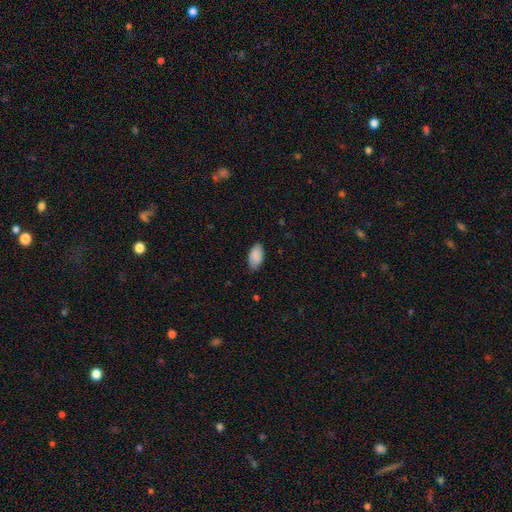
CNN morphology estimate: A smooth galaxy with no disk features (89%) that is in between round and cigar-shaped (95%).

Vote fractions:
- Smooth or featured? smooth: 89% / star or artifact: 6% / featured or disk: 5%
- How rounded? in between: 95% / round: 3% / cigar-shaped: 2%
- Merging? none: 79% / minor disturbance: 18% / major disturbance: 3% / merger: 1%